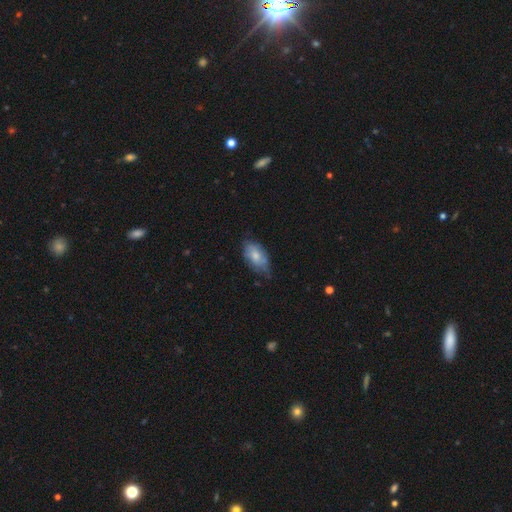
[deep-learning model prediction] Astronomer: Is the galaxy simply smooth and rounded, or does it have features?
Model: smooth — 69%.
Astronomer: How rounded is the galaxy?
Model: in between — 92%.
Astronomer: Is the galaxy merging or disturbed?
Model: none — 54% (runner-up: minor disturbance, 36%).